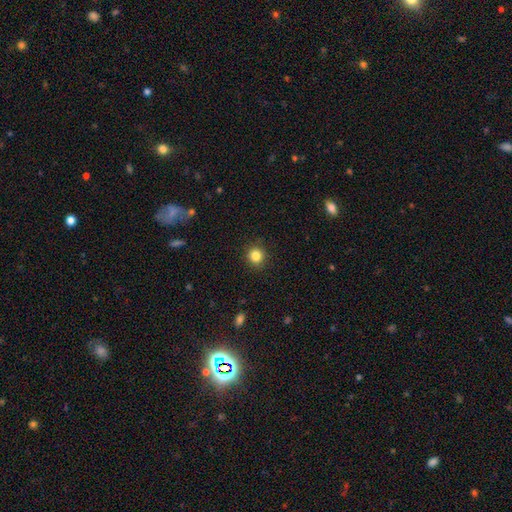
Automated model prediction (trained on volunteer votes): smooth_or_featured: smooth (p=0.84) [alt: star or artifact p=0.11]
how_rounded: round (p=0.92) [alt: in between p=0.07]
merging: none (p=0.90) [alt: minor disturbance p=0.07]